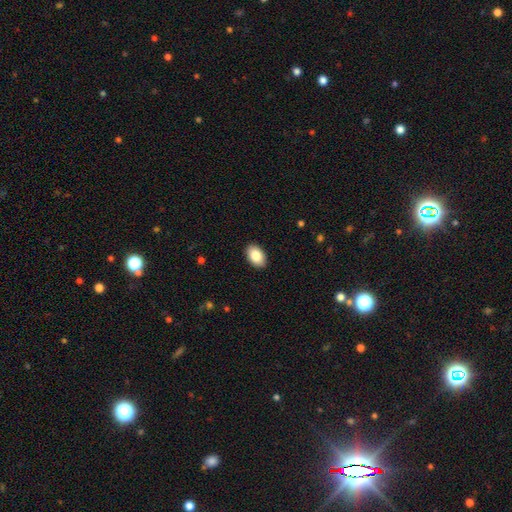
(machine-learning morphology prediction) Overall: smooth (86%). How rounded: in between (92%). Merging: none (90%).